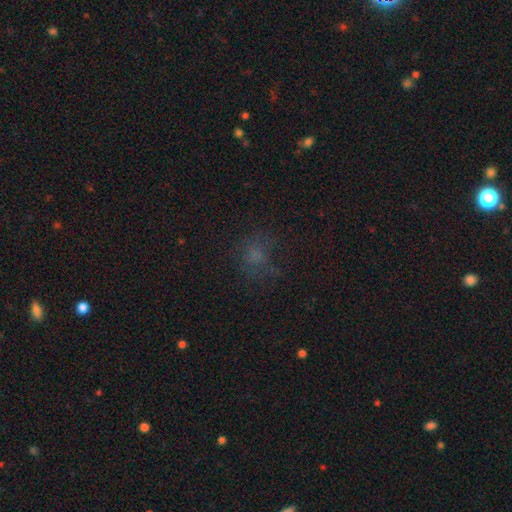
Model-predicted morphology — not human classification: Overall: smooth (55%; star or artifact 29%). How rounded: round (69%; in between 29%). Merging: none (60%).